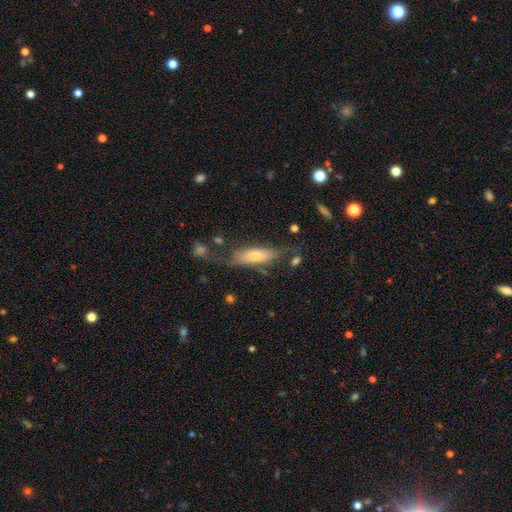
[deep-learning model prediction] Smooth or featured? smooth (62%)
How rounded? in between (58%)
Merging? none (48%)